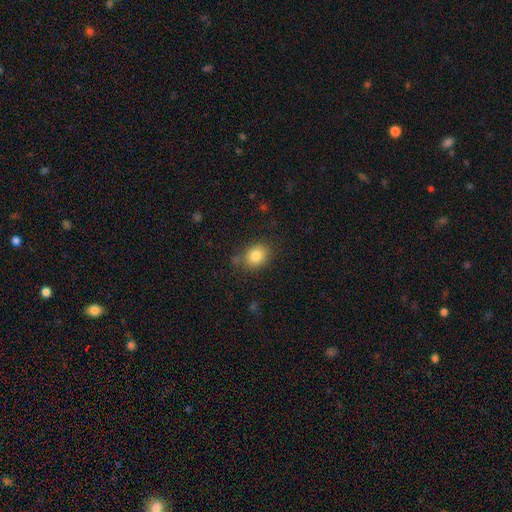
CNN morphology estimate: type=smooth (83%); roundness=in between (51%); merging=none (77%).